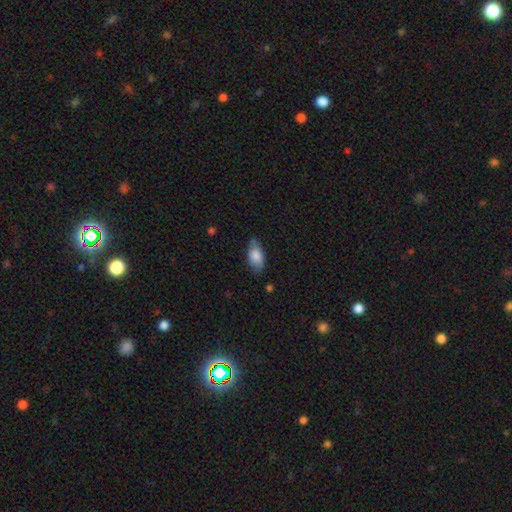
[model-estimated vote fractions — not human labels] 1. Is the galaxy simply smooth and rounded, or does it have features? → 77% smooth, 16% featured or disk, 7% star or artifact.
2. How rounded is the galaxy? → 90% in between, 6% cigar-shaped, 4% round.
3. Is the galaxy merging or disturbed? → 69% none, 24% minor disturbance, 5% major disturbance, 2% merger.